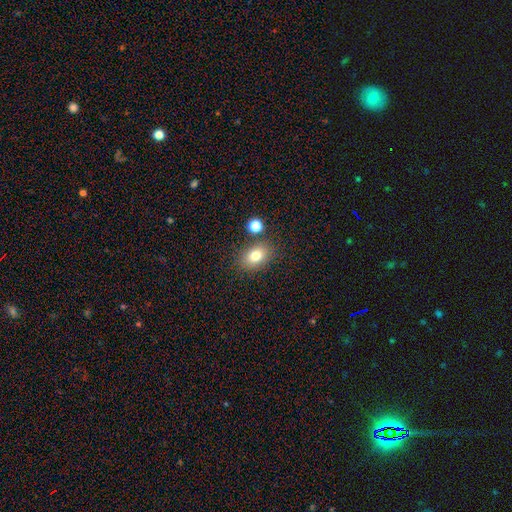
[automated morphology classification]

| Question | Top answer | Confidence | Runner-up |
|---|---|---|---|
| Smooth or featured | smooth | 79% | star or artifact (11%) |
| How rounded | in between | 72% | round (27%) |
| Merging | none | 78% | minor disturbance (11%) |